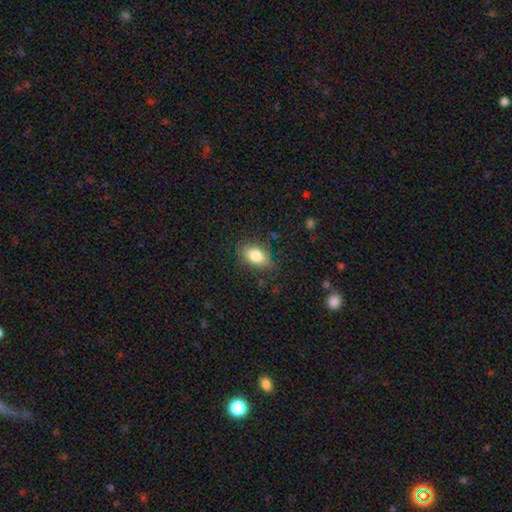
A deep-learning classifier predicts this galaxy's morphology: The model was most divided on "merging": none: 79%, minor disturbance: 16%, major disturbance: 4%, merger: 1%. More confident: how rounded — in between (87%); smooth or featured — smooth (82%).